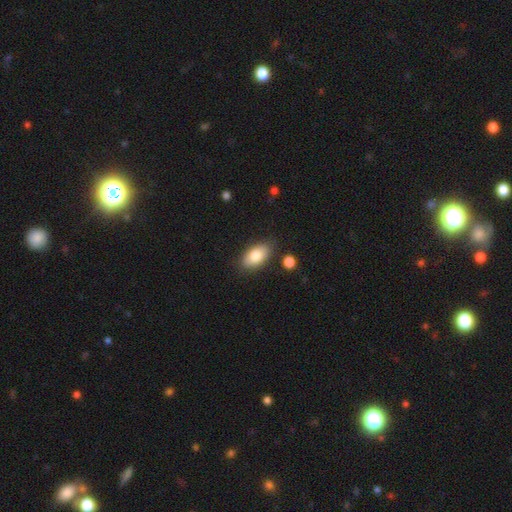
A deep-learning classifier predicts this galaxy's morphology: Smooth or featured: smooth — 80% (featured or disk — 13%)
How rounded: in between — 92% (round — 4%)
Merging: none — 83% (minor disturbance — 12%)